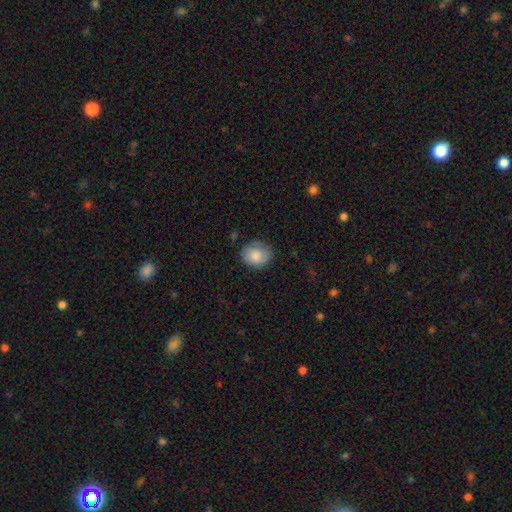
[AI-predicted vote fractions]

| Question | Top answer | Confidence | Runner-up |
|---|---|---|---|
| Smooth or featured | smooth | 83% | featured or disk (10%) |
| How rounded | round | 75% | in between (25%) |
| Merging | none | 75% | minor disturbance (19%) |